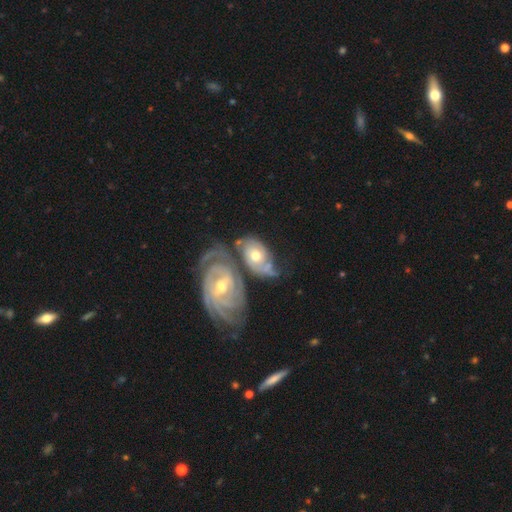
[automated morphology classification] Overall: featured or disk (74%). Edge-on disk: no (94%). Bar: no (64%; weak 27%). Spiral arms: yes (90%). Spiral arm count: can't tell (32%; 2 28%). Spiral winding: tight (63%; medium 28%). Bulge size: moderate (71%). Merging: merger (43%; none 33%).